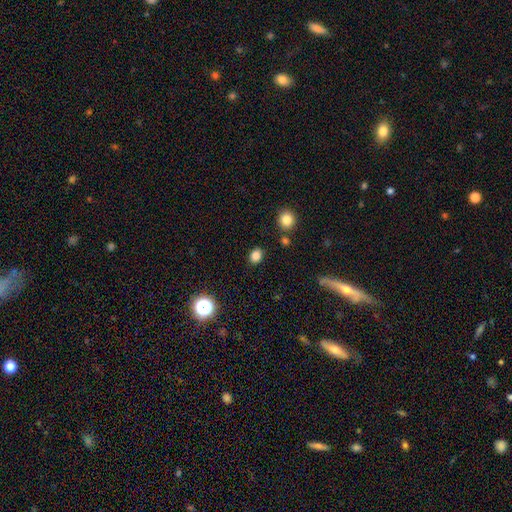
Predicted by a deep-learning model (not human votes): Q: Smooth or featured?
A: smooth (82%); runner-up: star or artifact (14%)
Q: How rounded?
A: round (52%); runner-up: in between (47%)
Q: Merging?
A: none (85%); runner-up: minor disturbance (9%)